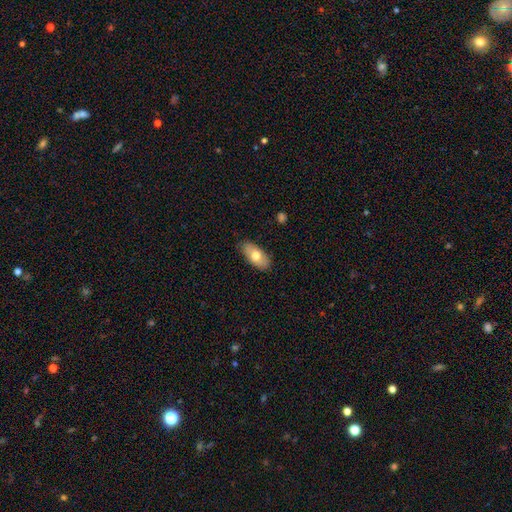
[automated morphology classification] Smooth or featured?
  - smooth: 70% *
  - featured or disk: 24%
  - star or artifact: 6%
How rounded?
  - in between: 91% *
  - cigar-shaped: 6%
  - round: 3%
Merging?
  - none: 84% *
  - minor disturbance: 13%
  - major disturbance: 2%
  - merger: 1%